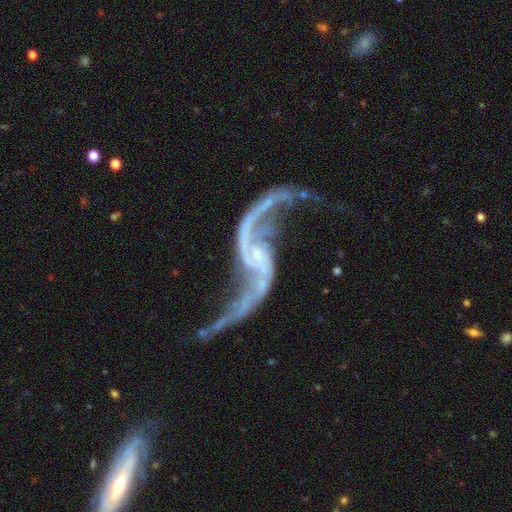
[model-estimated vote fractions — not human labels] Q: Smooth or featured?
A: featured or disk (92%); runner-up: star or artifact (5%)
Q: Edge-on disk?
A: no (96%); runner-up: yes (4%)
Q: Bar?
A: no (53%); runner-up: weak (30%)
Q: Spiral arms?
A: yes (97%); runner-up: no (3%)
Q: Spiral winding?
A: loose (90%); runner-up: medium (7%)
Q: Spiral arm count?
A: 2 (93%); runner-up: 1 (2%)
Q: Bulge size?
A: small (82%); runner-up: moderate (10%)
Q: Merging?
A: none (51%); runner-up: major disturbance (23%)